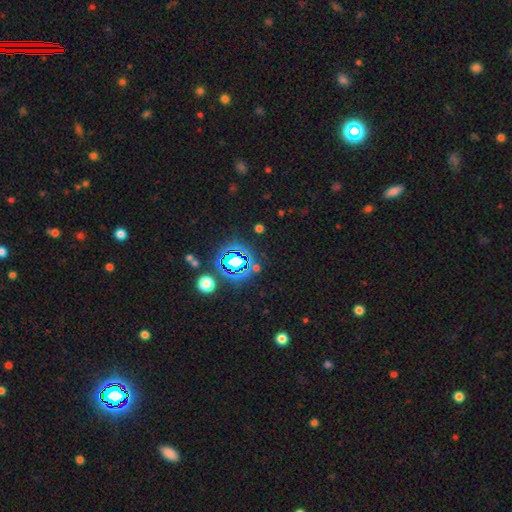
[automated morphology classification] Smooth or featured?
  - star or artifact: 77% *
  - smooth: 15%
  - featured or disk: 8%